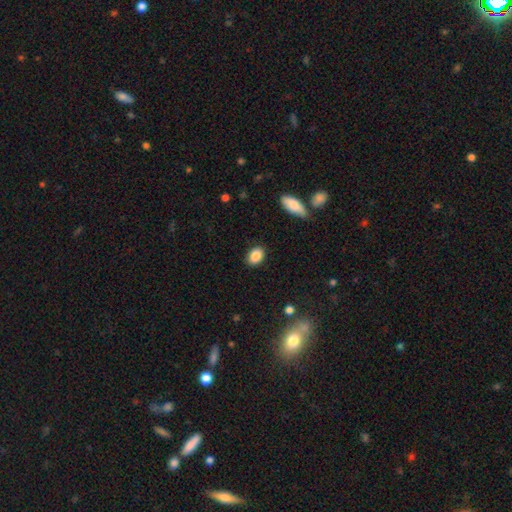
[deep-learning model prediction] Q: Smooth or featured?
A: smooth (88%); runner-up: star or artifact (8%)
Q: How rounded?
A: in between (79%); runner-up: round (19%)
Q: Merging?
A: none (86%); runner-up: minor disturbance (10%)